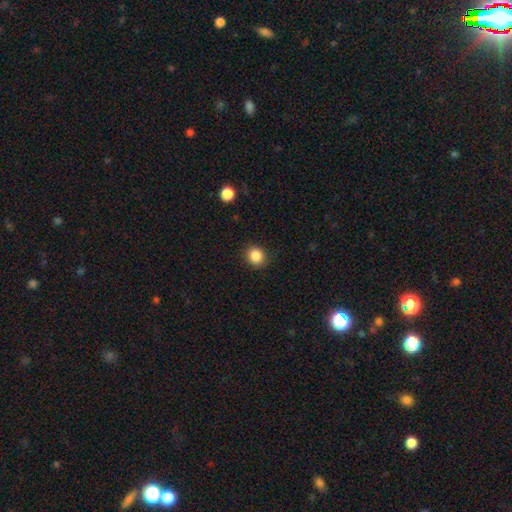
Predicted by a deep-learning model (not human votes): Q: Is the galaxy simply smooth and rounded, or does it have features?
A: smooth — 87%.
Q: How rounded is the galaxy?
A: round — 78%.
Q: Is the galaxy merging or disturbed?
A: none — 89%.